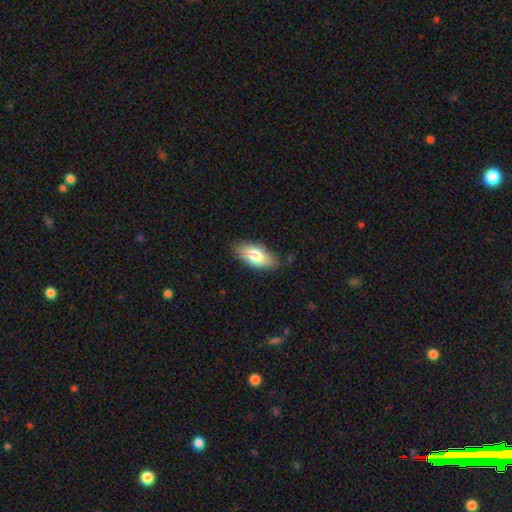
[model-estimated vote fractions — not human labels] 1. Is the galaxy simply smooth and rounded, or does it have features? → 76% smooth, 17% featured or disk, 6% star or artifact.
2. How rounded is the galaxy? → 89% in between, 8% cigar-shaped, 3% round.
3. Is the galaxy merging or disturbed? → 78% none, 18% minor disturbance, 3% major disturbance, 1% merger.